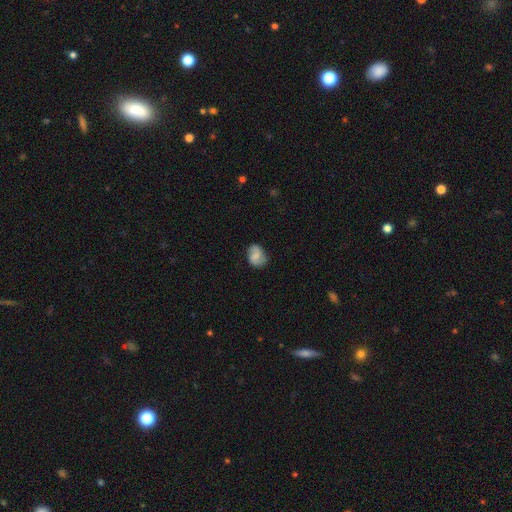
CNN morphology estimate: smooth-or-featured: smooth: 53% | featured or disk: 39% | star or artifact: 8%
  how-rounded: in between: 58% | round: 40% | cigar-shaped: 1%
  merging: none: 71% | minor disturbance: 22% | major disturbance: 6% | merger: 1%